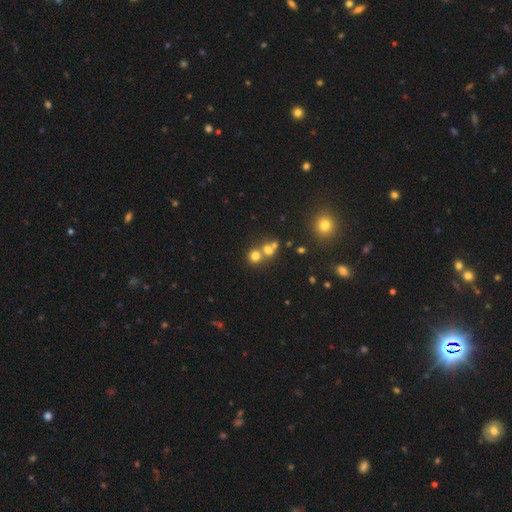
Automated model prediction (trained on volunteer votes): This is likely a smooth galaxy (69%). How rounded: clearly round (84%). Merging: possibly merger (48%).